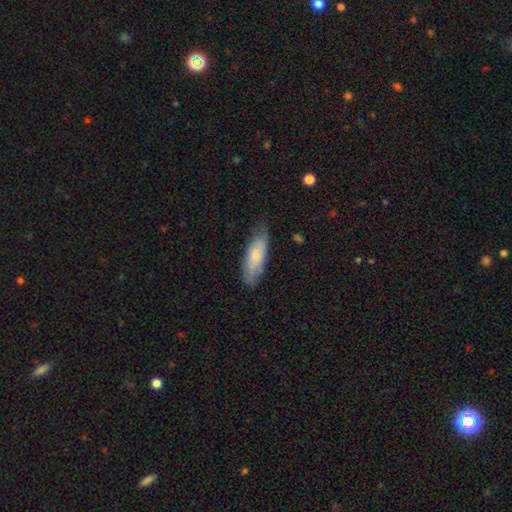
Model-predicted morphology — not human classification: This is likely a smooth galaxy (73%). How rounded: possibly in between (58%). Merging: likely none (74%).